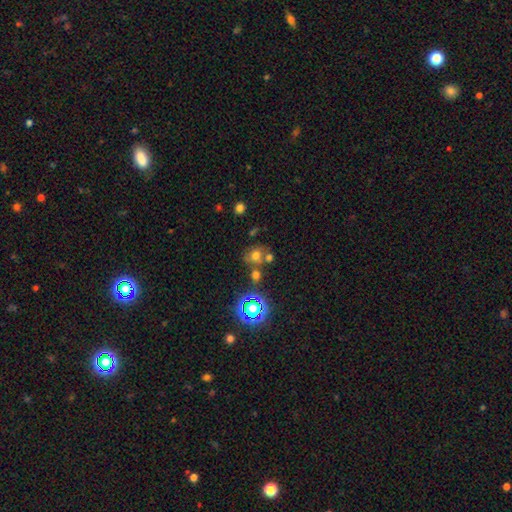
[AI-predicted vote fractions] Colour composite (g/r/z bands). It shows a smooth galaxy with no disk features (58%) that is round (64%). Merging: none (49%).